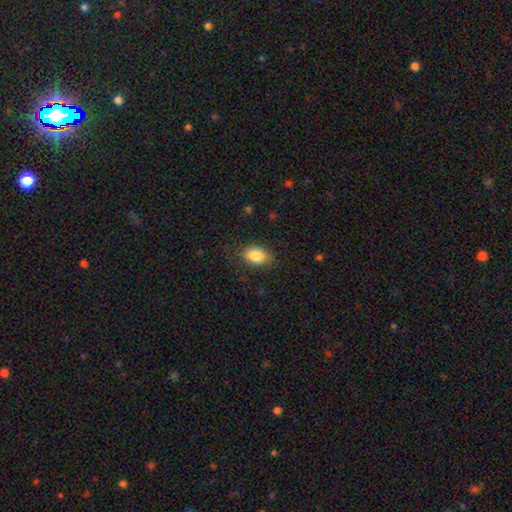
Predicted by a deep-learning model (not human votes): smooth 85%, featured or disk 8%, star or artifact 8%. Down the decision tree: how rounded — in between (87%); merging — none (78%).